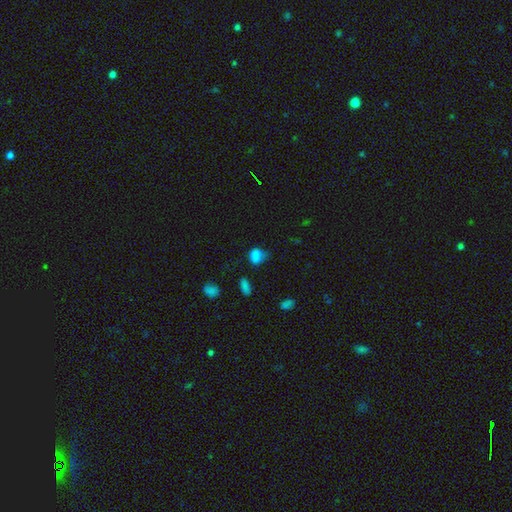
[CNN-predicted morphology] A smooth galaxy with no disk features (77%) that is in between round and cigar-shaped (58%). Merging: none (44%).